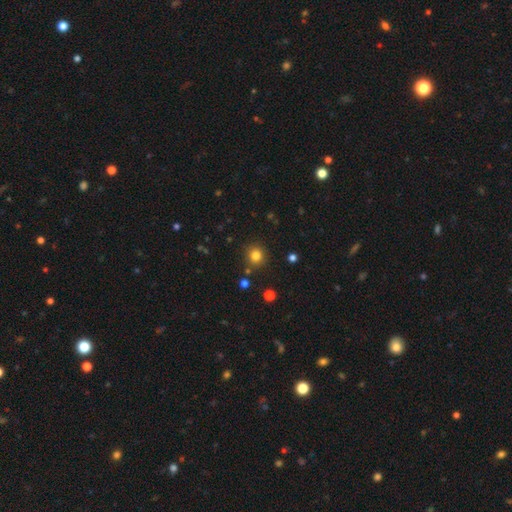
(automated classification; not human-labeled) The model was most divided on "smooth or featured": smooth: 81%, star or artifact: 14%, featured or disk: 6%. More confident: how rounded — round (91%); merging — none (87%).